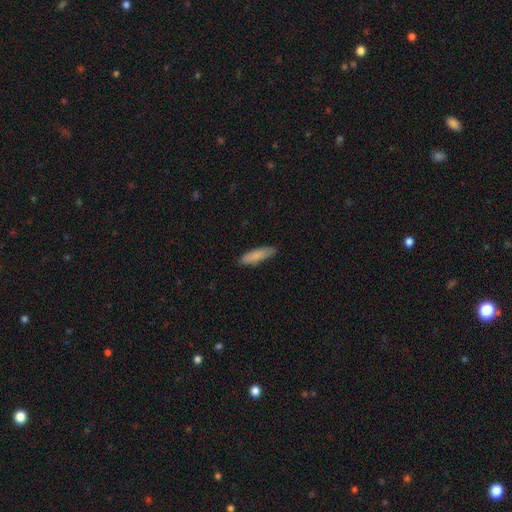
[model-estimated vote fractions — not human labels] Morphology: type=smooth (84%); roundness=cigar-shaped (62%); merging=none (84%).